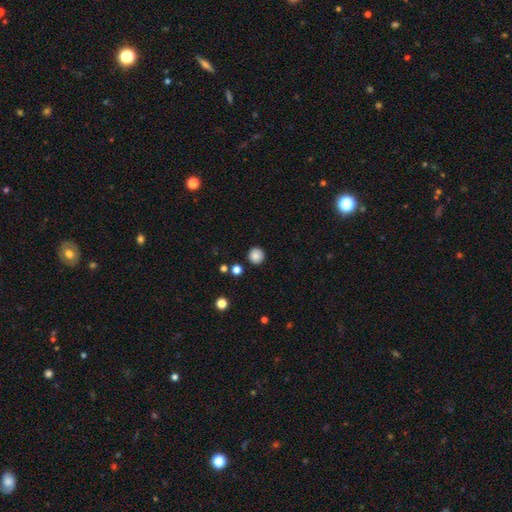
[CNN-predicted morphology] Smooth or featured? Predicted: smooth (p=0.86). How rounded? Predicted: round (p=0.94). Merging? Predicted: none (p=0.90).